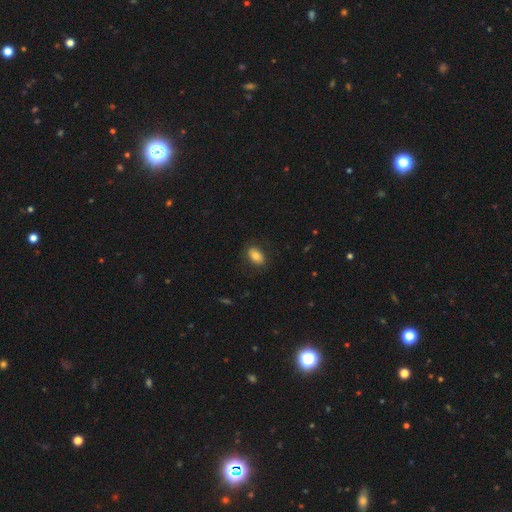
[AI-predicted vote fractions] Smooth or featured? smooth (84%)
How rounded? in between (90%)
Merging? none (85%)